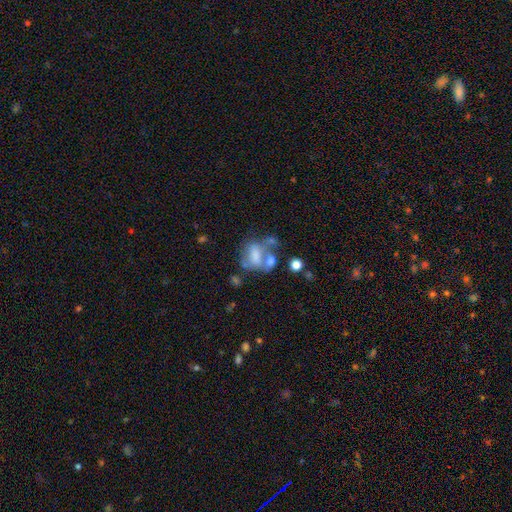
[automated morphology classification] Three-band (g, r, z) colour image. It shows a smooth galaxy with no disk features (50%). Merging: merger (42%).